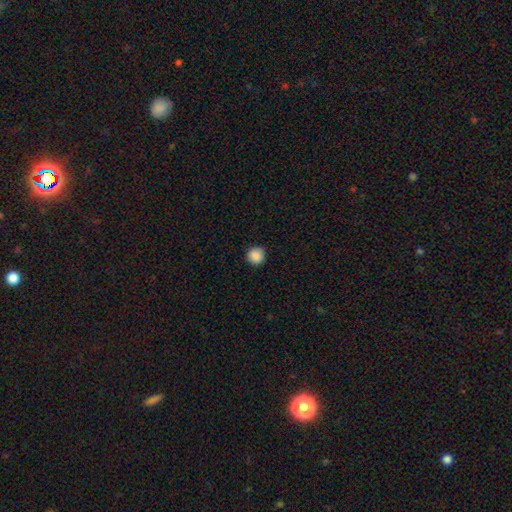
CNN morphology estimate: A smooth galaxy with no disk features (88%) that is round (94%).

Vote fractions:
- Smooth or featured? smooth: 88% / star or artifact: 9% / featured or disk: 3%
- How rounded? round: 94% / in between: 5% / cigar-shaped: 1%
- Merging? none: 89% / minor disturbance: 8% / major disturbance: 2% / merger: 1%